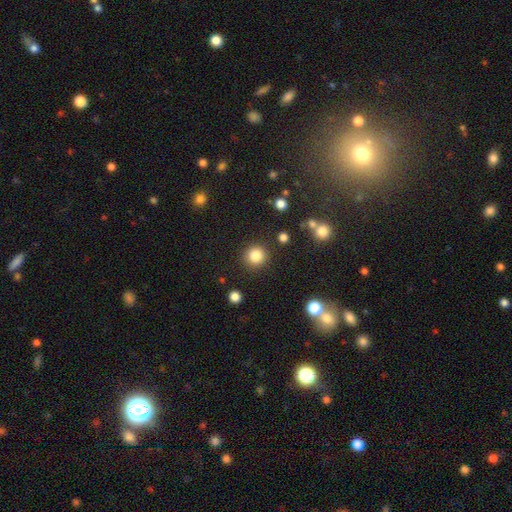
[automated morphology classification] smooth 84%, star or artifact 11%, featured or disk 5%. Down the decision tree: how rounded — round (93%); merging — none (89%).